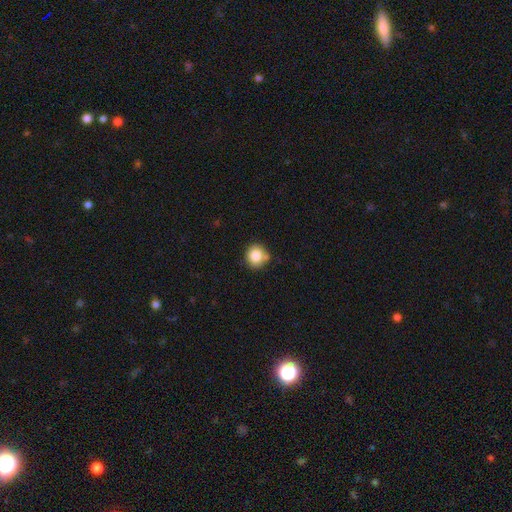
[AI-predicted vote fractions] smooth 84%, star or artifact 10%, featured or disk 6%. Down the decision tree: how rounded — round (88%); merging — none (76%).